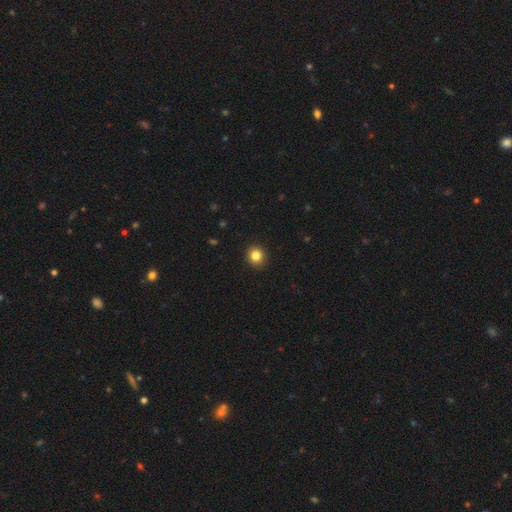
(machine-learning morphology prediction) Q: Smooth or featured?
A: smooth (85%); runner-up: star or artifact (11%)
Q: How rounded?
A: round (86%); runner-up: in between (13%)
Q: Merging?
A: none (92%); runner-up: minor disturbance (6%)